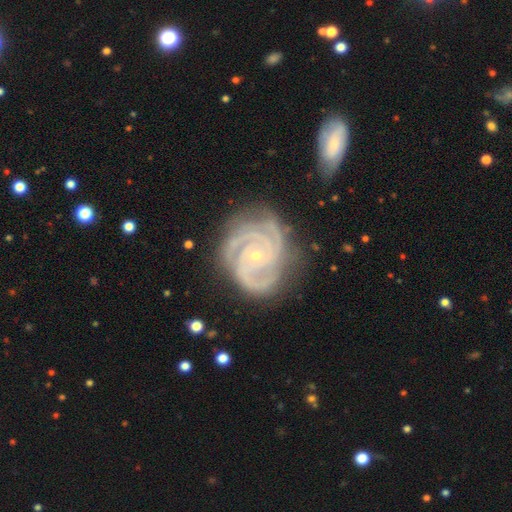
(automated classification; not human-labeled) Smooth or featured?
  - featured or disk: 92% *
  - star or artifact: 5%
  - smooth: 3%
Edge-on disk?
  - no: 98% *
  - yes: 2%
Bar?
  - no: 70% *
  - weak: 21%
  - strong: 9%
Spiral arms?
  - yes: 99% *
  - no: 1%
Spiral winding?
  - tight: 75% *
  - medium: 22%
  - loose: 2%
Spiral arm count?
  - 3: 48% *
  - 4: 19%
  - 2: 16%
  - can't tell: 8%
  - more than 4: 5%
  - 1: 5%
Bulge size?
  - small: 79% *
  - moderate: 18%
  - none: 1%
  - large: 1%
  - dominant: 1%
Merging?
  - none: 72% *
  - minor disturbance: 19%
  - major disturbance: 6%
  - merger: 2%